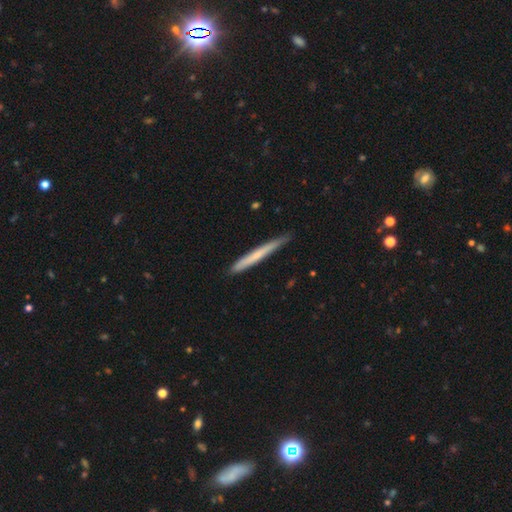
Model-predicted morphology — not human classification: The model was most divided on "smooth or featured": smooth: 58%, featured or disk: 36%, star or artifact: 6%. More confident: how rounded — cigar-shaped (97%); merging — none (85%).